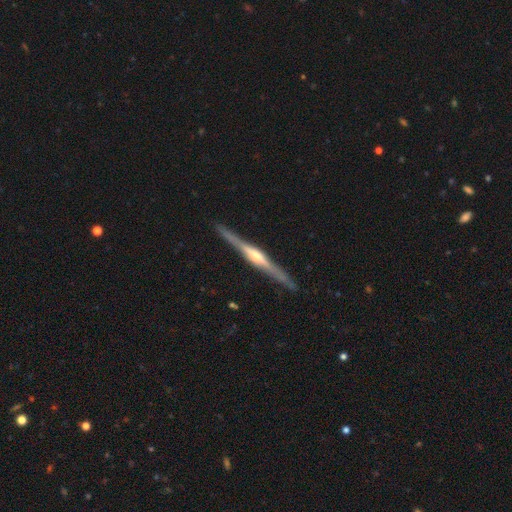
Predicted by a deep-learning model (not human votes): This appears to be a featured or disk galaxy (84%) viewed edge-on (98%) with a rounded central bulge (83%). Merging: none (91%).